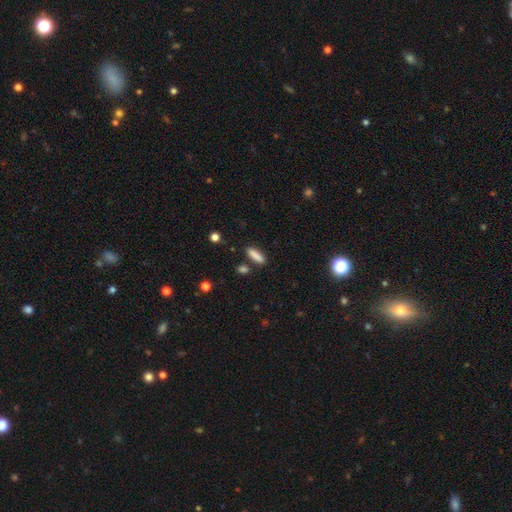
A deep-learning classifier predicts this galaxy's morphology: Smooth or featured? smooth (86%)
How rounded? cigar-shaped (54%)
Merging? none (83%)